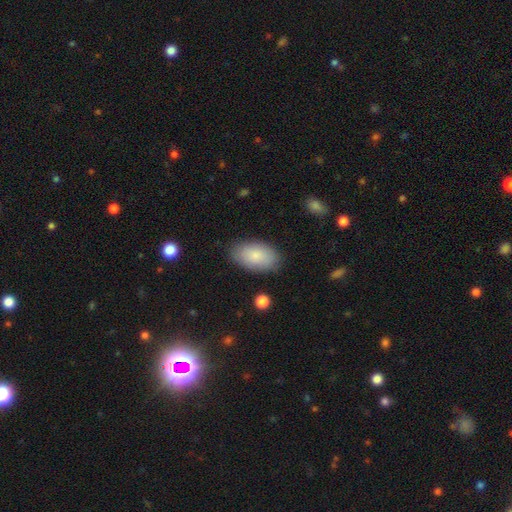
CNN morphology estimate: This appears to be a smooth galaxy with no disk features (84%) that is in between round and cigar-shaped (94%). Merging: none (85%).